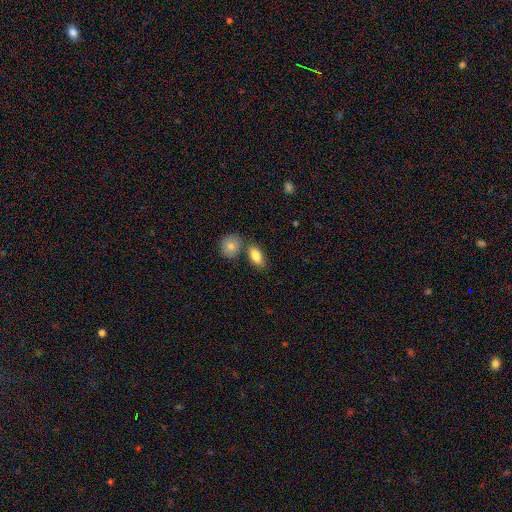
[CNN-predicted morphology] A smooth galaxy with no disk features (82%) that is in between round and cigar-shaped (88%).

Vote fractions:
- Smooth or featured? smooth: 82% / featured or disk: 11% / star or artifact: 7%
- How rounded? in between: 88% / round: 7% / cigar-shaped: 5%
- Merging? none: 66% / merger: 20% / minor disturbance: 11% / major disturbance: 3%